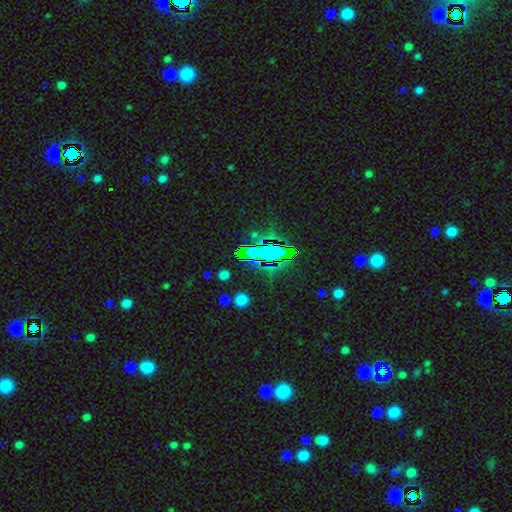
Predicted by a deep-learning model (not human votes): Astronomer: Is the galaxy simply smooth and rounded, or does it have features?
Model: star or artifact — 66%.